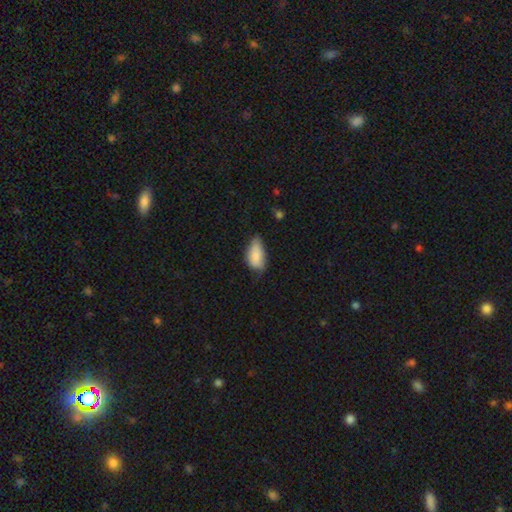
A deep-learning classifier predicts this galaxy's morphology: Q: Smooth or featured?
A: smooth (82%); runner-up: featured or disk (11%)
Q: How rounded?
A: in between (91%); runner-up: cigar-shaped (5%)
Q: Merging?
A: minor disturbance (45%); runner-up: none (41%)